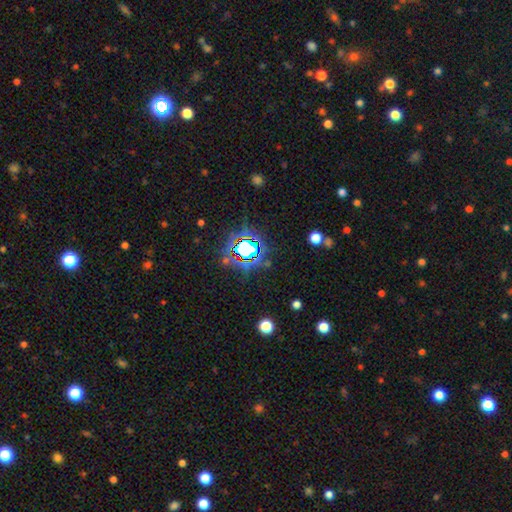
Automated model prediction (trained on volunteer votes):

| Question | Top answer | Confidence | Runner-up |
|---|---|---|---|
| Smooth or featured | star or artifact | 78% | smooth (13%) |